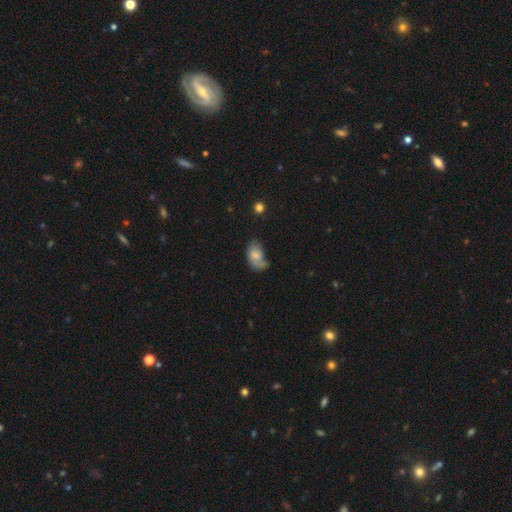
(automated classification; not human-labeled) This appears to be a smooth galaxy with no disk features (57%) that is in between round and cigar-shaped (89%). Merging: none (39%).